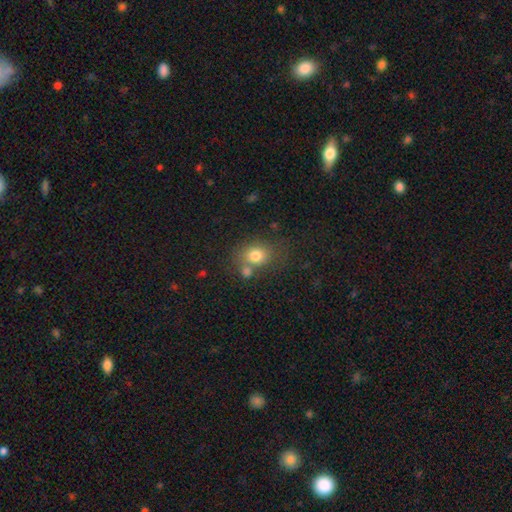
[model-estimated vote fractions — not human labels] smooth-or-featured: smooth: 78% | star or artifact: 11% | featured or disk: 11%
  how-rounded: round: 59% | in between: 40% | cigar-shaped: 1%
  merging: none: 56% | merger: 23% | minor disturbance: 14% | major disturbance: 7%